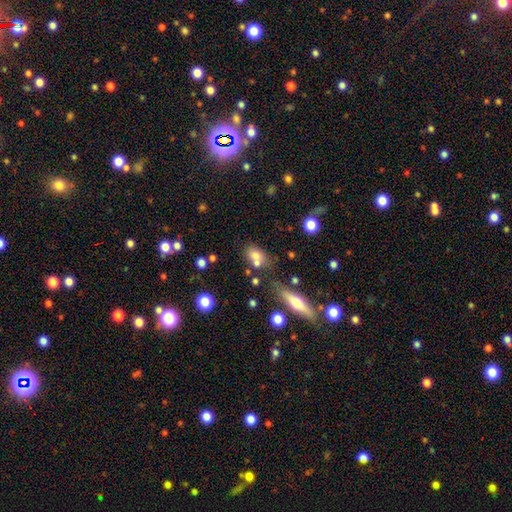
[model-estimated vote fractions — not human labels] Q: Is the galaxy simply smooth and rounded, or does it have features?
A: smooth — 71%.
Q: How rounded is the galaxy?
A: in between — 65%.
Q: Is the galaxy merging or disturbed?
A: none — 44%.